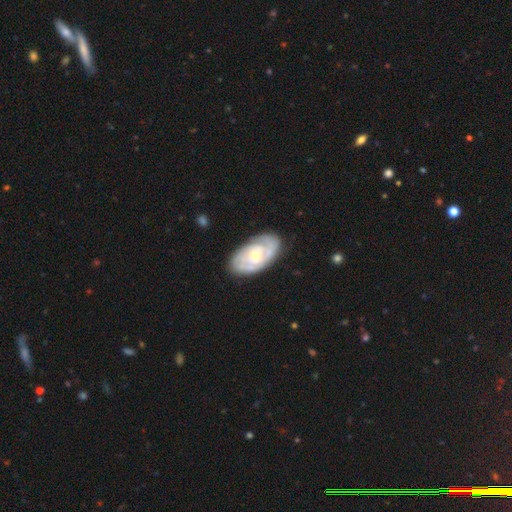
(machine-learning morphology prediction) Overall: featured or disk (76%). Edge-on disk: no (95%). Bar: no (68%). Spiral arms: yes (87%). Spiral arm count: can't tell (41%; 2 32%). Spiral winding: tight (67%). Bulge size: small (49%; moderate 46%). Merging: none (76%).